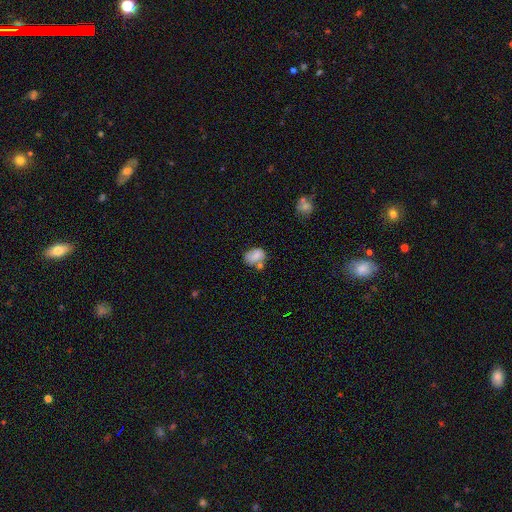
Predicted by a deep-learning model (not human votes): The model was most divided on "merging": none: 50%, minor disturbance: 25%, merger: 18%, major disturbance: 7%. More confident: smooth or featured — smooth (71%); how rounded — in between (67%).